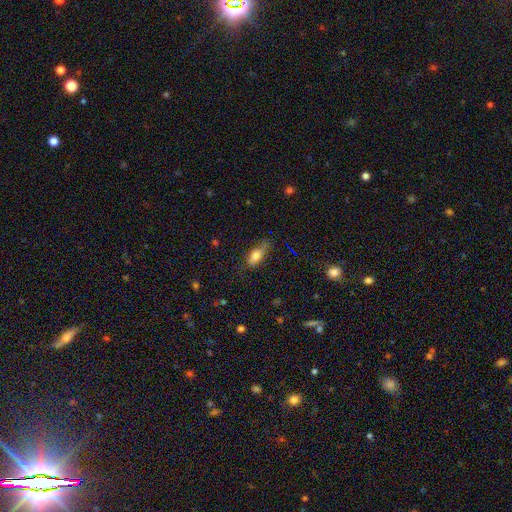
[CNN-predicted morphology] This is likely a smooth galaxy (77%). How rounded: likely in between (79%). Merging: possibly none (48%).